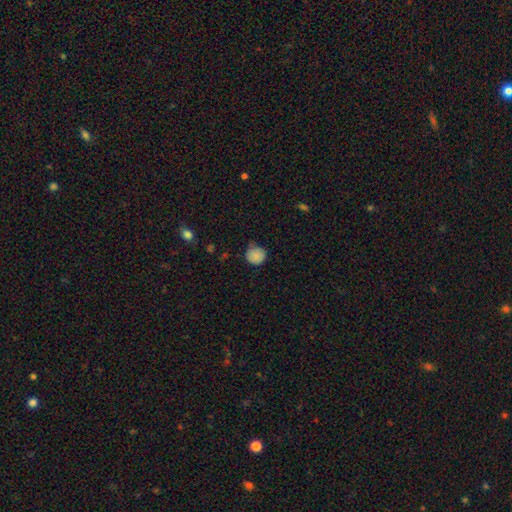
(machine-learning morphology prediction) Smooth or featured? Predicted: smooth (p=0.85). How rounded? Predicted: round (p=0.89). Merging? Predicted: none (p=0.64).